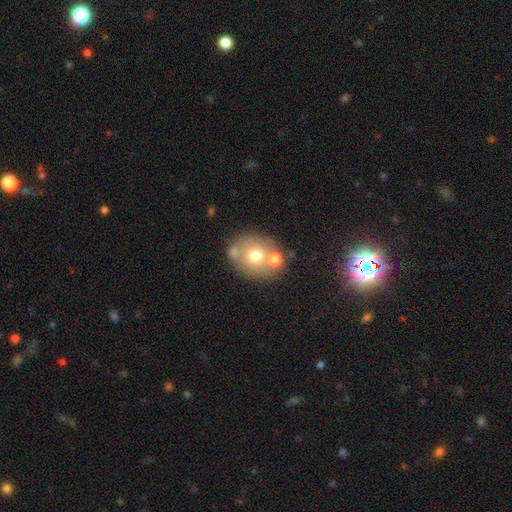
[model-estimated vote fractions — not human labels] Q: Smooth or featured?
A: smooth (64%); runner-up: featured or disk (25%)
Q: How rounded?
A: round (61%); runner-up: in between (38%)
Q: Merging?
A: none (59%); runner-up: merger (24%)